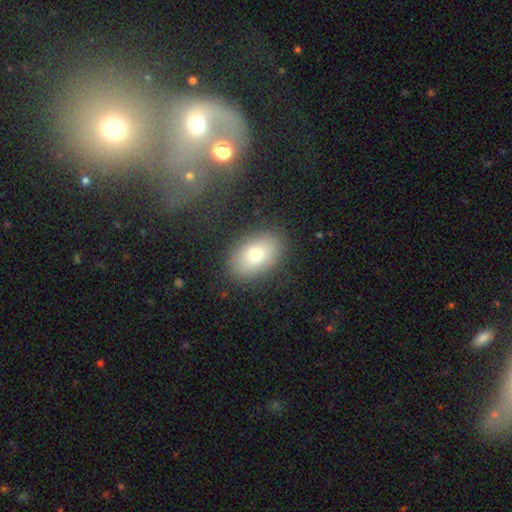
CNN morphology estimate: smooth_or_featured: smooth (p=0.79) [alt: featured or disk p=0.13]
how_rounded: in between (p=0.89) [alt: round p=0.09]
merging: none (p=0.84) [alt: minor disturbance p=0.10]